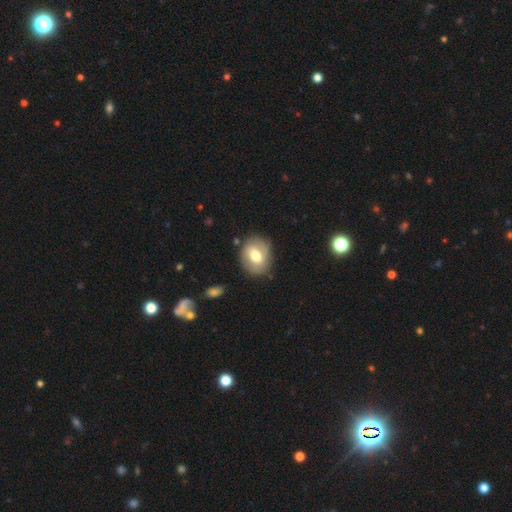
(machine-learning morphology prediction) smooth-or-featured: smooth: 63% | featured or disk: 30% | star or artifact: 7%
  how-rounded: in between: 58% | round: 40% | cigar-shaped: 1%
  merging: none: 77% | minor disturbance: 16% | major disturbance: 5% | merger: 3%